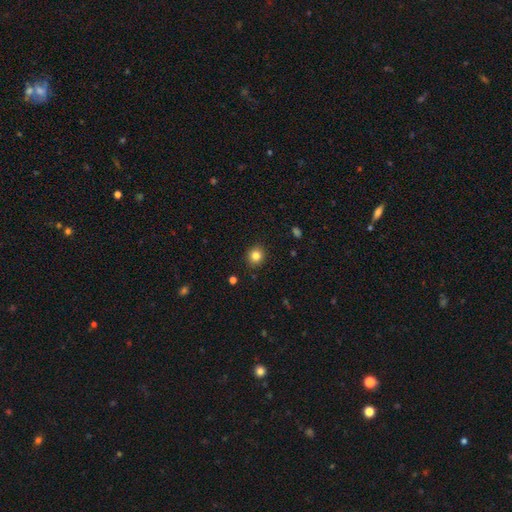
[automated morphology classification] smooth_or_featured: smooth (p=0.82) [alt: star or artifact p=0.12]
how_rounded: round (p=0.82) [alt: in between p=0.18]
merging: none (p=0.90) [alt: minor disturbance p=0.07]